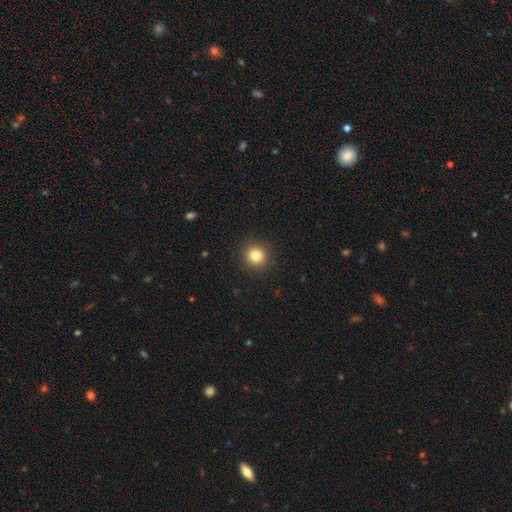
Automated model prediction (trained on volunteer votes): smooth 83%, star or artifact 11%, featured or disk 6%. Down the decision tree: how rounded — round (92%); merging — none (91%).